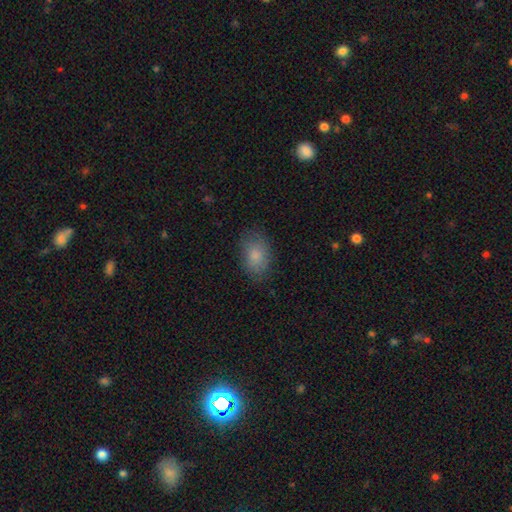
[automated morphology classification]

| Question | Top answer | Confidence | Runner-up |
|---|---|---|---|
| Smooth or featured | smooth | 83% | featured or disk (8%) |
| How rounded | in between | 82% | round (17%) |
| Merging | none | 80% | minor disturbance (15%) |